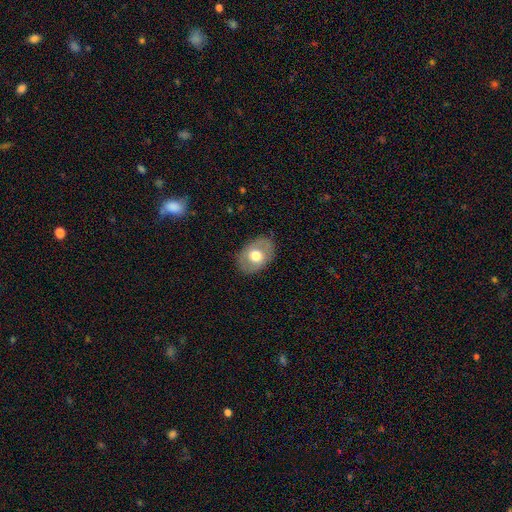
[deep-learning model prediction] Smooth or featured: smooth — 55% (featured or disk — 38%)
How rounded: in between — 74% (round — 25%)
Merging: none — 82% (minor disturbance — 13%)